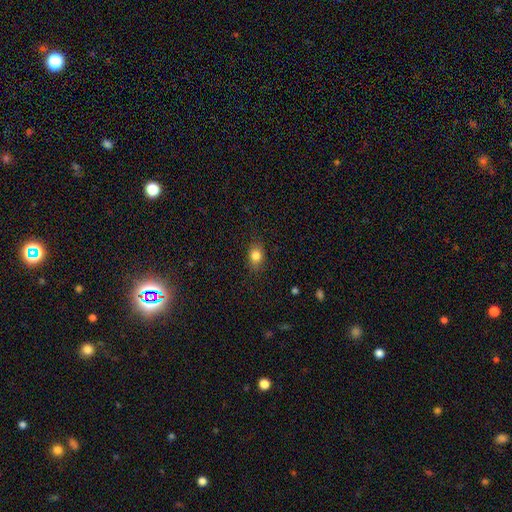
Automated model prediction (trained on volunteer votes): smooth_or_featured: smooth (p=0.82) [alt: star or artifact p=0.10]
how_rounded: in between (p=0.62) [alt: round p=0.36]
merging: none (p=0.83) [alt: minor disturbance p=0.13]